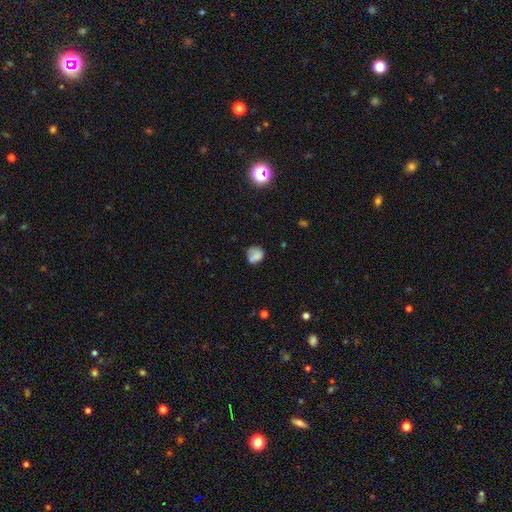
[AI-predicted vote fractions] smooth_or_featured: smooth (p=0.74) [alt: featured or disk p=0.15]
how_rounded: round (p=0.69) [alt: in between p=0.30]
merging: none (p=0.53) [alt: minor disturbance p=0.25]